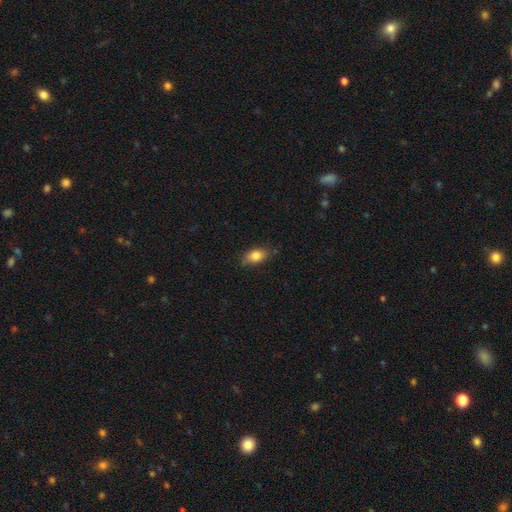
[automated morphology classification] type=smooth (81%); roundness=in between (87%); merging=none (76%).